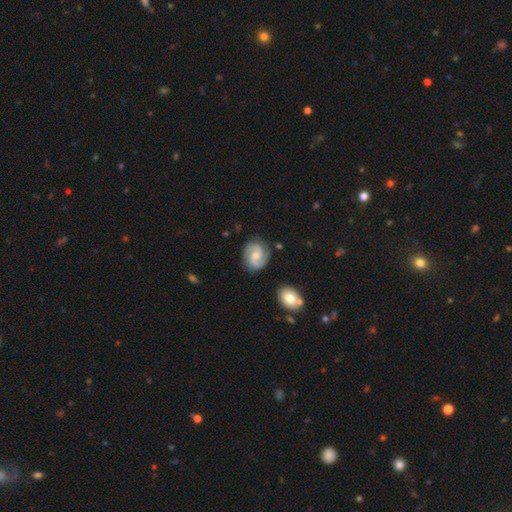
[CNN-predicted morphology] Smooth or featured? featured or disk (80%)
Edge-on disk? no (98%)
Bar? no (48%)
Spiral arms? yes (97%)
Spiral winding? medium (51%)
Spiral arm count? 2 (90%)
Bulge size? small (45%)
Merging? none (82%)